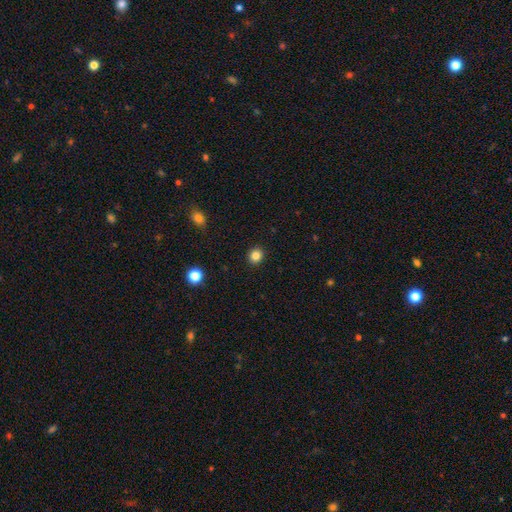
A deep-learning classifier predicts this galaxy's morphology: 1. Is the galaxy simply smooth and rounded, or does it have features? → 84% smooth, 12% star or artifact, 4% featured or disk.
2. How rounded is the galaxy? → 79% round, 21% in between, 1% cigar-shaped.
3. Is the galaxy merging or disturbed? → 92% none, 6% minor disturbance, 2% major disturbance, 1% merger.